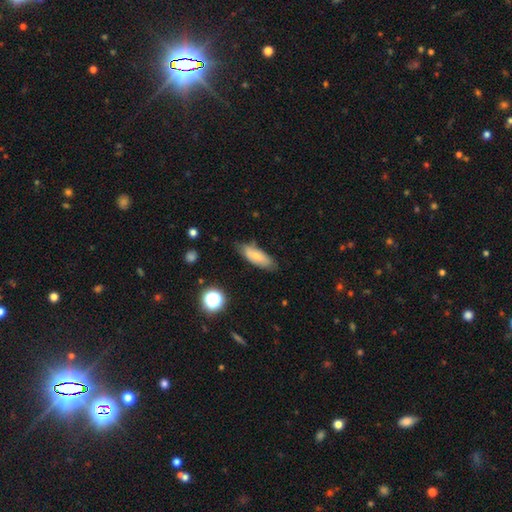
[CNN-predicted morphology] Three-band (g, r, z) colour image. It shows a smooth galaxy with no disk features (69%) that is in between round and cigar-shaped (69%). Merging: none (70%).